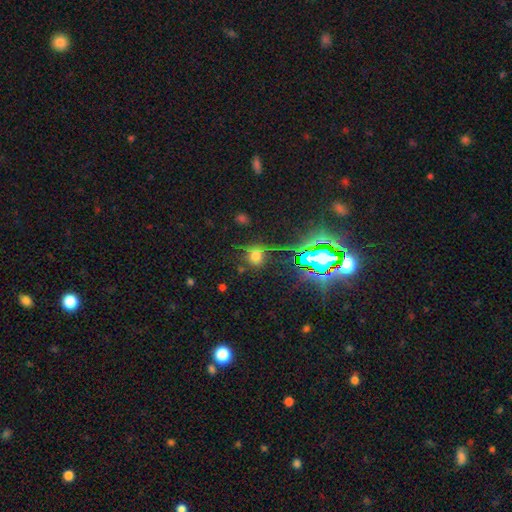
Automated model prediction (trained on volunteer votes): This is possibly a smooth galaxy (58%). How rounded: likely round (80%). Merging: likely none (69%).